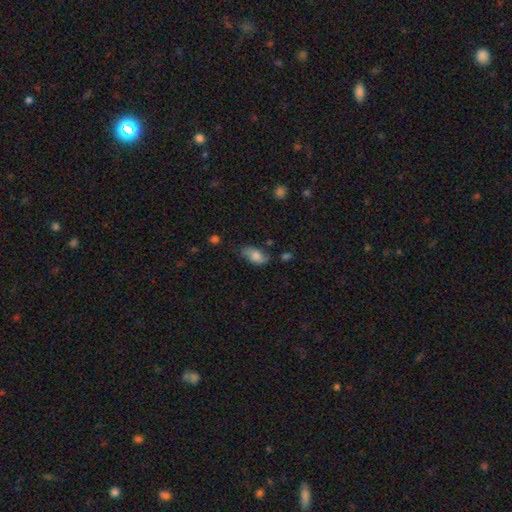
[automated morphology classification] Smooth or featured?
  - smooth: 67% *
  - featured or disk: 25%
  - star or artifact: 8%
How rounded?
  - in between: 90% *
  - cigar-shaped: 5%
  - round: 5%
Merging?
  - none: 62% *
  - minor disturbance: 28%
  - major disturbance: 8%
  - merger: 3%